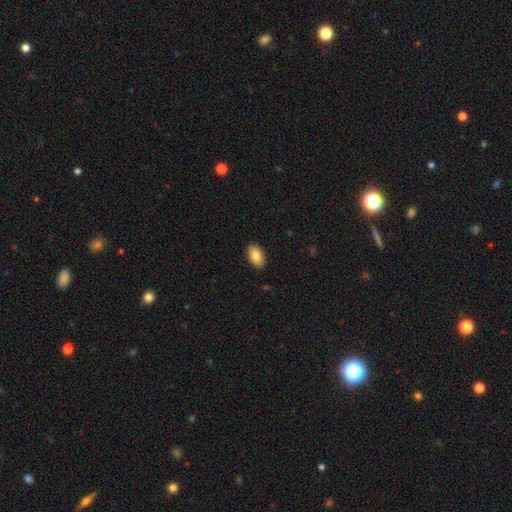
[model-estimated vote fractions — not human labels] Smooth or featured?
  - smooth: 86% *
  - featured or disk: 8%
  - star or artifact: 7%
How rounded?
  - in between: 94% *
  - round: 4%
  - cigar-shaped: 2%
Merging?
  - none: 90% *
  - minor disturbance: 7%
  - major disturbance: 2%
  - merger: 1%